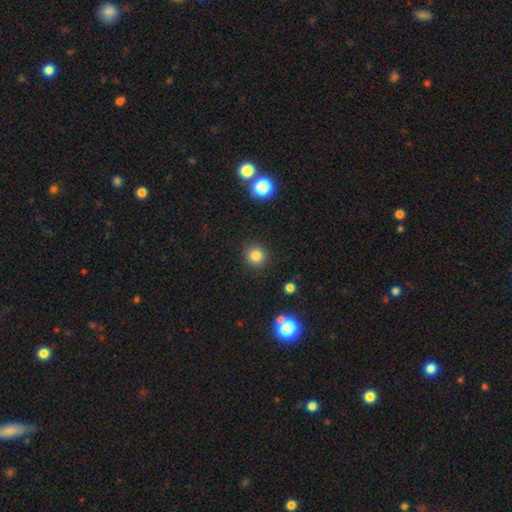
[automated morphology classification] A smooth galaxy with no disk features (82%) that is round (93%).

Vote fractions:
- Smooth or featured? smooth: 82% / star or artifact: 13% / featured or disk: 5%
- How rounded? round: 93% / in between: 6% / cigar-shaped: 1%
- Merging? none: 91% / minor disturbance: 5% / major disturbance: 2% / merger: 1%